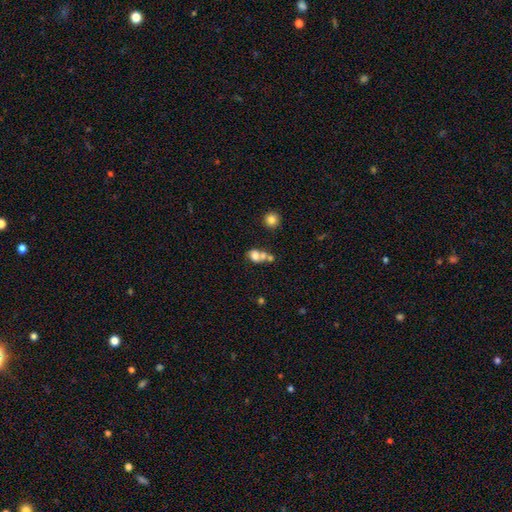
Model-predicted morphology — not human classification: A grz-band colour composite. It shows a smooth galaxy with no disk features (71%) that is round (55%). Merging: merger (52%).